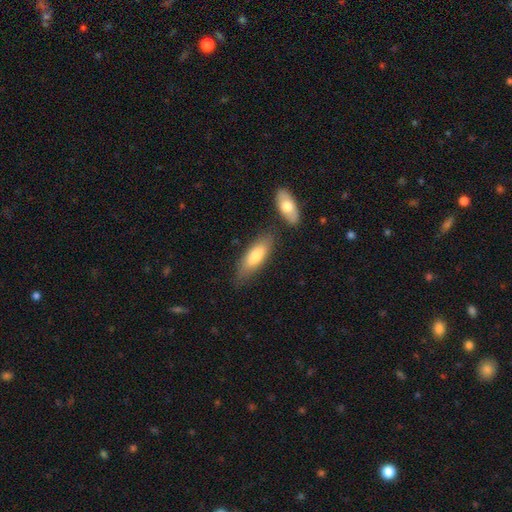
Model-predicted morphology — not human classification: Smooth or featured? smooth (74%)
How rounded? in between (65%)
Merging? none (70%)